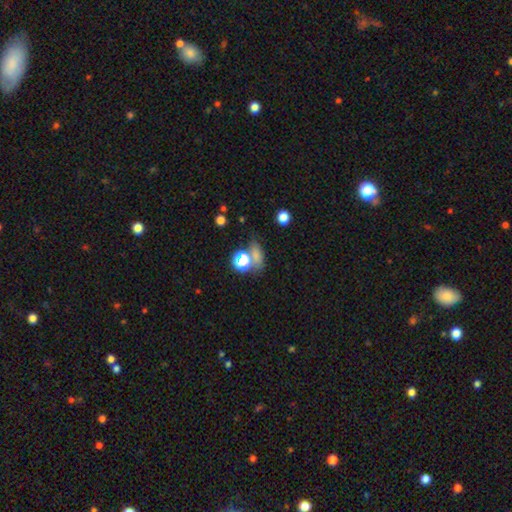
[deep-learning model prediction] This appears to be a smooth galaxy with no disk features (60%) that is in between round and cigar-shaped (54%). Merging: none (58%).